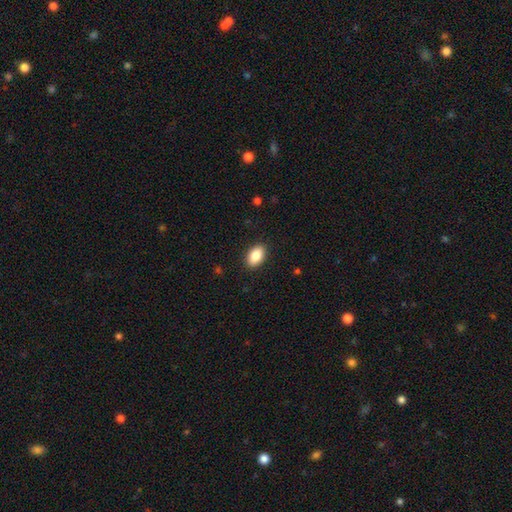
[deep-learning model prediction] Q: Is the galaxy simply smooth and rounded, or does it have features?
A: smooth — 87%.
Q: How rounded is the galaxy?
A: in between — 91%.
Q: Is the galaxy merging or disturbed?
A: none — 90%.